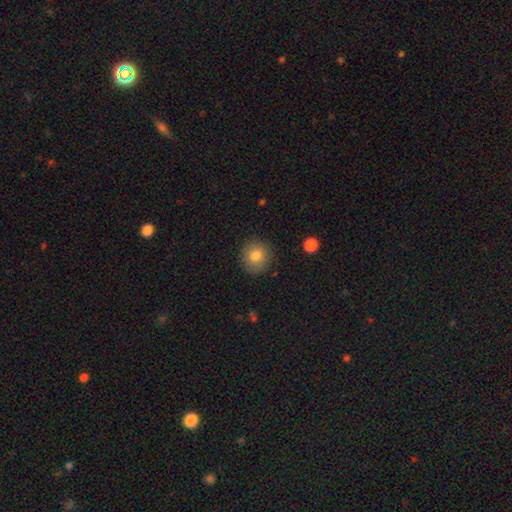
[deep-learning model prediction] smooth 82%, star or artifact 9%, featured or disk 9%. Down the decision tree: how rounded — round (89%); merging — none (88%).